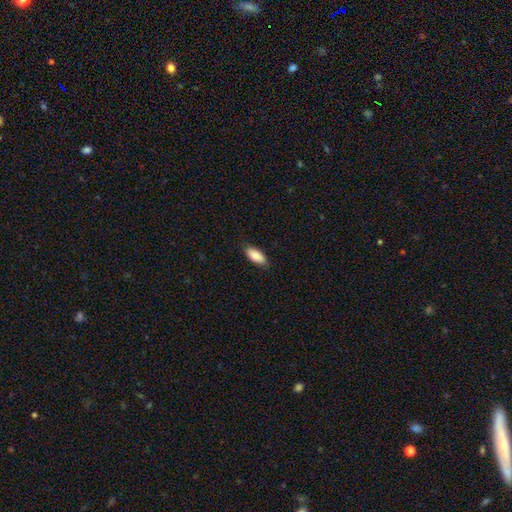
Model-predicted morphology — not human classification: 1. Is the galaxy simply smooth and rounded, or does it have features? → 88% smooth, 6% featured or disk, 6% star or artifact.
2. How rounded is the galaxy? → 85% in between, 13% cigar-shaped, 2% round.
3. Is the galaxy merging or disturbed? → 84% none, 13% minor disturbance, 2% major disturbance, 1% merger.